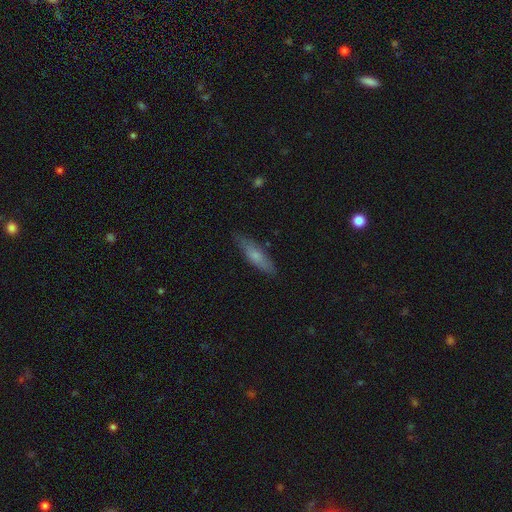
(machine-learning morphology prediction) Smooth or featured? Predicted: smooth (p=0.68). How rounded? Predicted: cigar-shaped (p=0.72). Merging? Predicted: none (p=0.82).